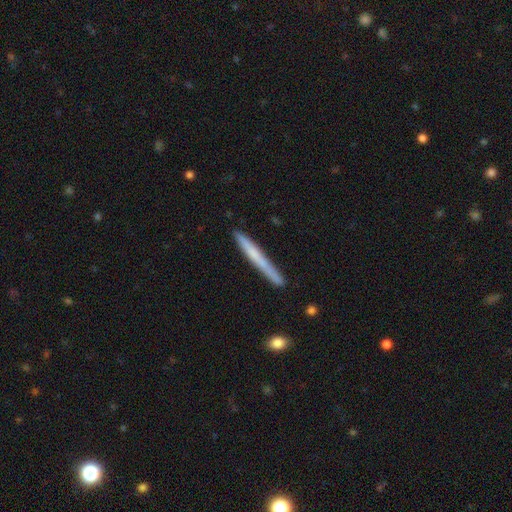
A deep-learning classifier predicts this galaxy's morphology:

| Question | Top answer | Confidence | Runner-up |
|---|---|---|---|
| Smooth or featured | smooth | 55% | featured or disk (40%) |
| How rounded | cigar-shaped | 97% | in between (2%) |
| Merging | none | 84% | minor disturbance (12%) |